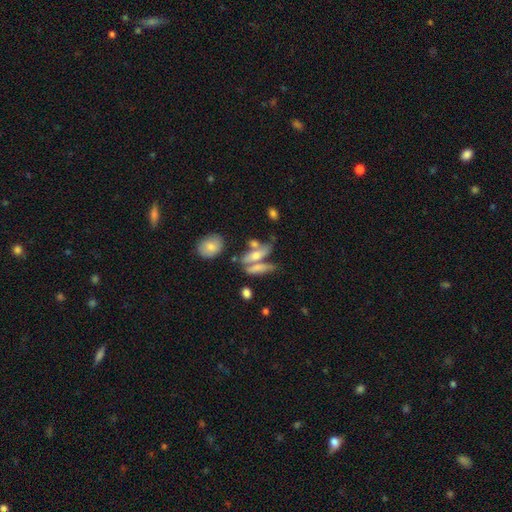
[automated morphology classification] The model was most divided on "smooth or featured": smooth: 49%, featured or disk: 41%, star or artifact: 11%. Remaining: merging — none (41%).